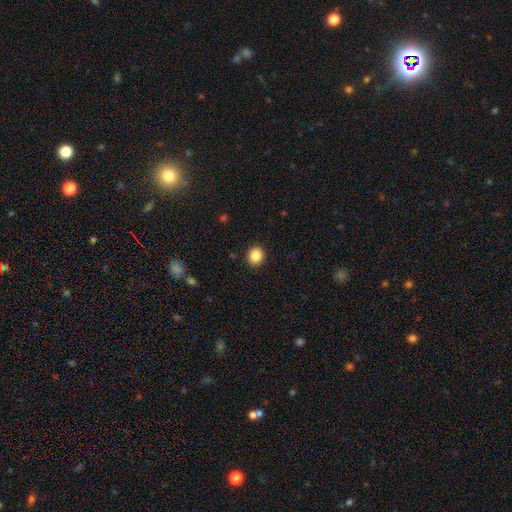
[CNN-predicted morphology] A smooth galaxy with no disk features (87%) that is round (76%).

Vote fractions:
- Smooth or featured? smooth: 87% / star or artifact: 9% / featured or disk: 3%
- How rounded? round: 76% / in between: 23% / cigar-shaped: 1%
- Merging? none: 91% / minor disturbance: 6% / major disturbance: 2% / merger: 1%